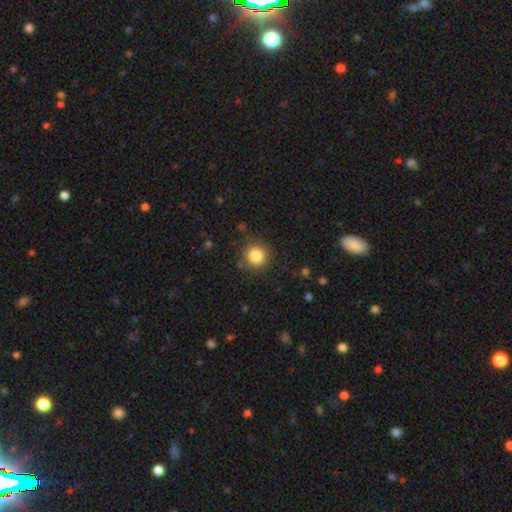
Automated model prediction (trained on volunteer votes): Smooth or featured?
  - smooth: 84% *
  - star or artifact: 11%
  - featured or disk: 5%
How rounded?
  - round: 94% *
  - in between: 6%
  - cigar-shaped: 1%
Merging?
  - none: 85% *
  - minor disturbance: 10%
  - major disturbance: 3%
  - merger: 2%